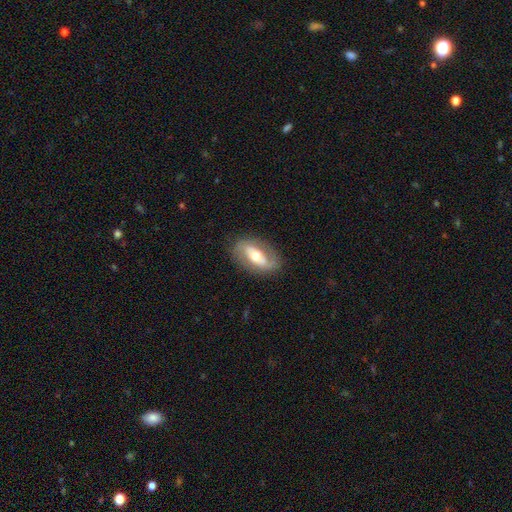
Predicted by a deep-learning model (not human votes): Smooth or featured?
  - featured or disk: 65% *
  - smooth: 29%
  - star or artifact: 6%
Edge-on disk?
  - no: 90% *
  - yes: 10%
Bar?
  - no: 38% *
  - strong: 32%
  - weak: 30%
Spiral arms?
  - yes: 62% *
  - no: 38%
Bulge size?
  - moderate: 69% *
  - small: 15%
  - large: 13%
  - dominant: 1%
  - none: 1%
Merging?
  - none: 79% *
  - minor disturbance: 14%
  - major disturbance: 6%
  - merger: 1%